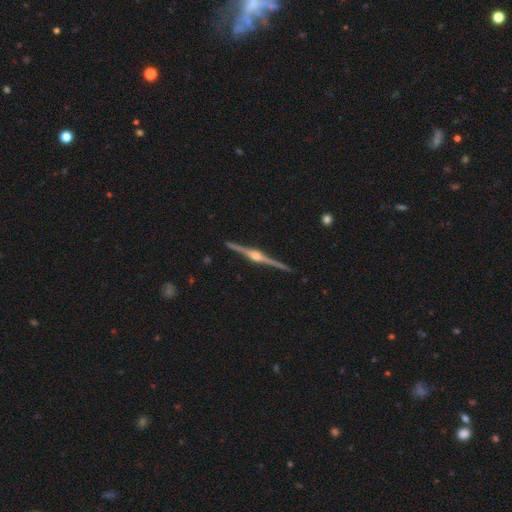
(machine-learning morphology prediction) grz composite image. It shows a featured or disk galaxy (91%) viewed edge-on (99%) with a rounded central bulge (93%). Merging: none (92%).